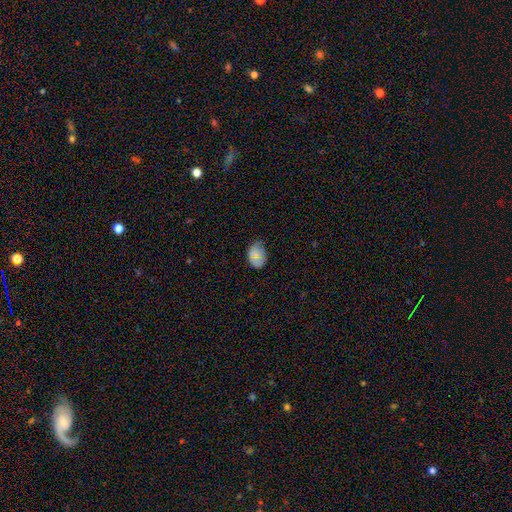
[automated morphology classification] Smooth or featured: smooth — 78% (star or artifact — 12%)
How rounded: in between — 76% (round — 23%)
Merging: none — 67% (minor disturbance — 27%)